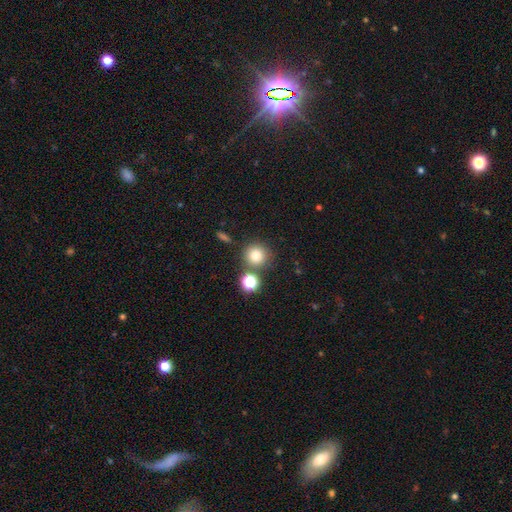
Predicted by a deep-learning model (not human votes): This is likely a smooth galaxy (78%). How rounded: clearly round (92%). Merging: likely none (74%).